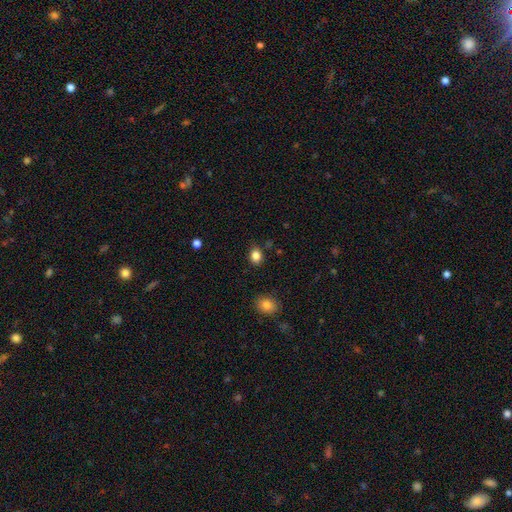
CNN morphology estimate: type=smooth (84%); roundness=round (52%); merging=none (86%).